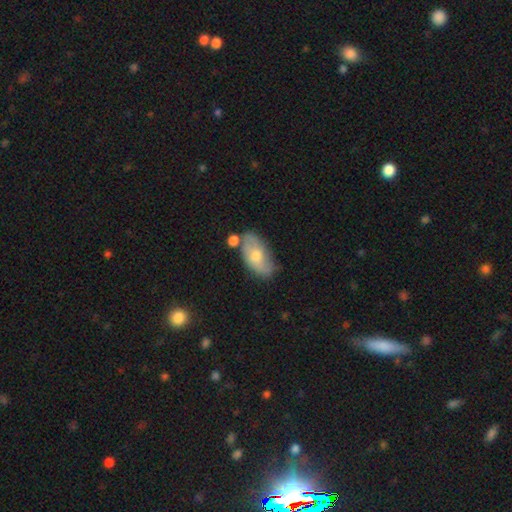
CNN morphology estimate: Overall: smooth (53%; featured or disk 40%). How rounded: in between (92%). Merging: none (56%; minor disturbance 22%).